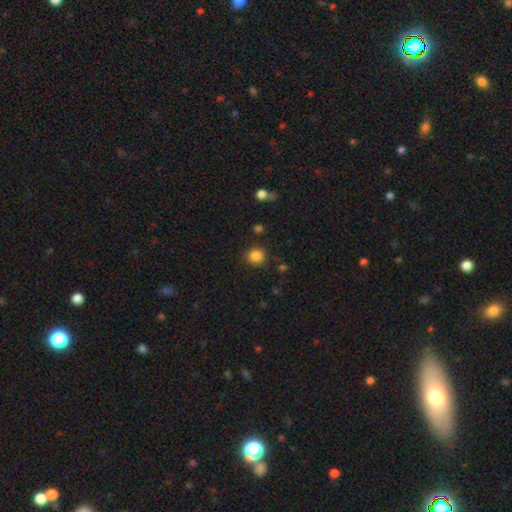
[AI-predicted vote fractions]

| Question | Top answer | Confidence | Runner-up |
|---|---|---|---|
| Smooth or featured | smooth | 85% | star or artifact (11%) |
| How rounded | round | 90% | in between (9%) |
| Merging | none | 87% | minor disturbance (9%) |